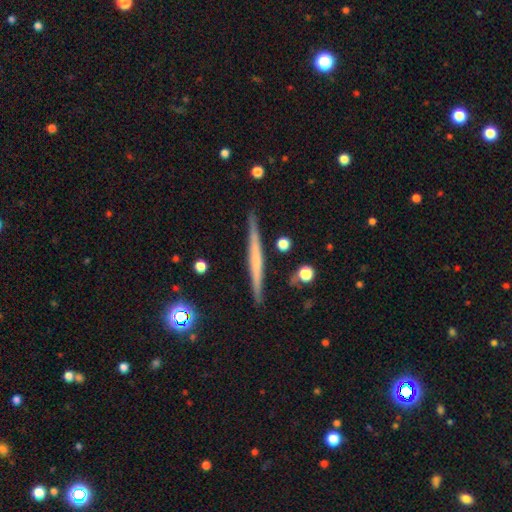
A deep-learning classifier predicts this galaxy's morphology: featured or disk 54%, smooth 39%, star or artifact 7%. Down the decision tree: edge-on disk — yes (97%); edge-on bulge — none (82%); merging — none (90%).